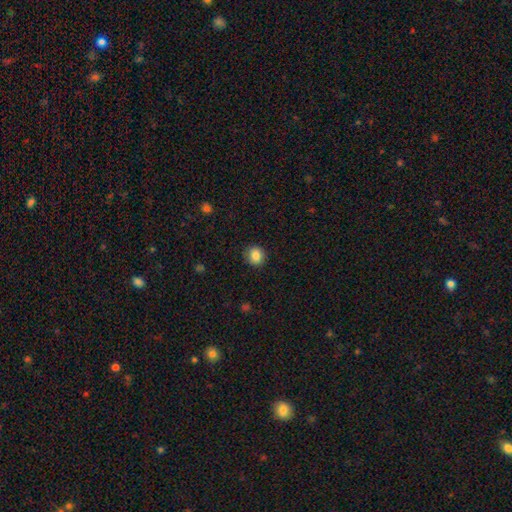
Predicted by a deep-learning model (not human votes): smooth_or_featured: smooth (p=0.85) [alt: star or artifact p=0.10]
how_rounded: round (p=0.82) [alt: in between p=0.17]
merging: none (p=0.89) [alt: minor disturbance p=0.08]